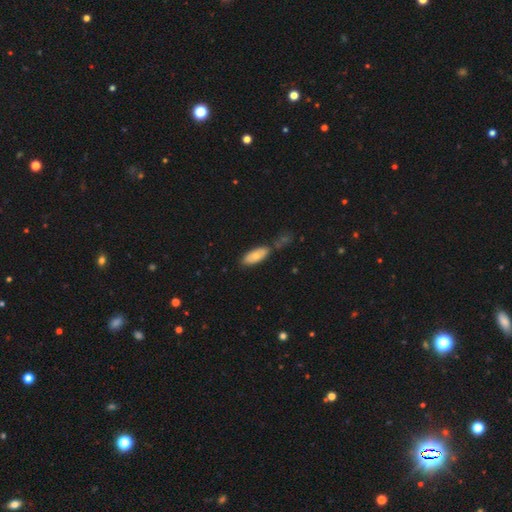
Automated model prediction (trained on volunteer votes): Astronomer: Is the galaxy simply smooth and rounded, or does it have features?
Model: smooth — 71%.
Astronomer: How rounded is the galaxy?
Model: in between — 78%.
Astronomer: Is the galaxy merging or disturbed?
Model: none — 62%.